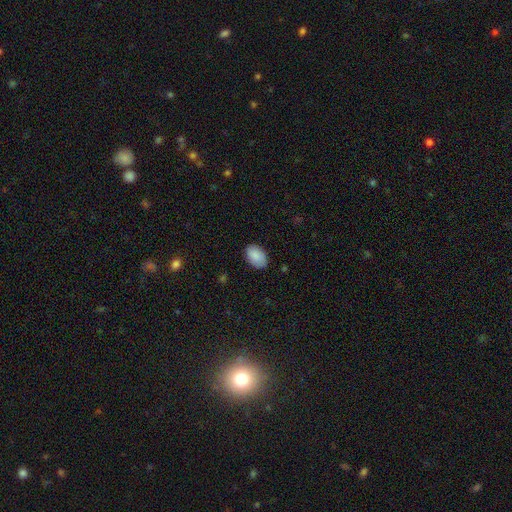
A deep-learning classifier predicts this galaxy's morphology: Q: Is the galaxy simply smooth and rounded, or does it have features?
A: smooth — 88%.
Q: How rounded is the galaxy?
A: in between — 89%.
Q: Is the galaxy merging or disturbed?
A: none — 84%.